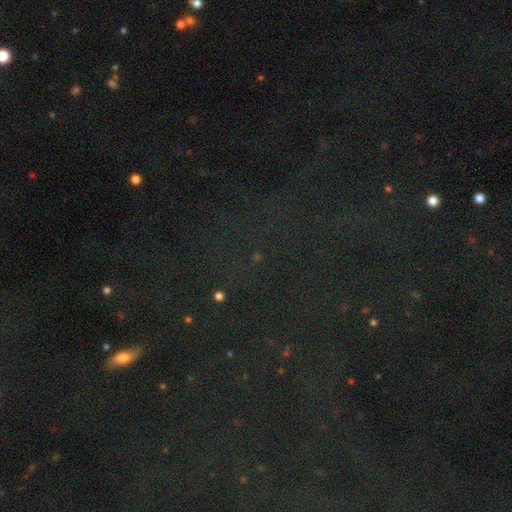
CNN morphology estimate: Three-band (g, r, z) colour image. It shows a star or artifact, not a galaxy (78%).